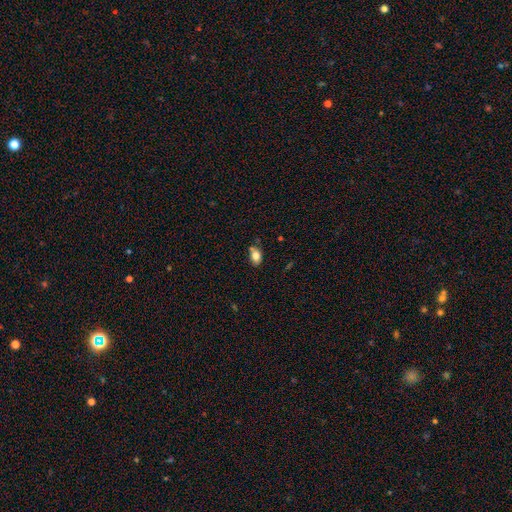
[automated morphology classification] The model was most divided on "merging": none: 64%, minor disturbance: 21%, merger: 10%, major disturbance: 5%. More confident: how rounded — in between (81%); smooth or featured — smooth (80%).